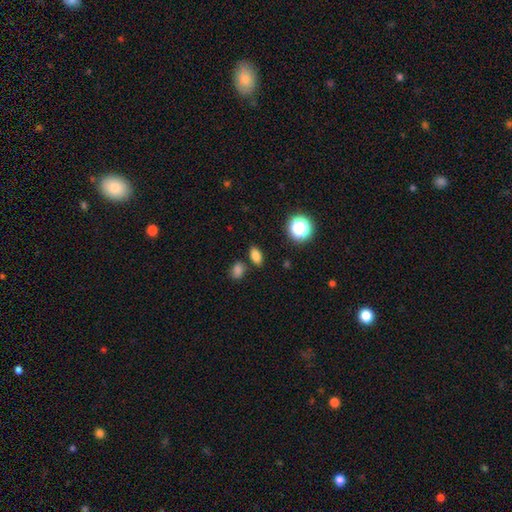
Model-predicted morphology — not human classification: Q: Smooth or featured?
A: smooth (80%); runner-up: star or artifact (14%)
Q: How rounded?
A: in between (82%); runner-up: round (14%)
Q: Merging?
A: none (82%); runner-up: minor disturbance (9%)